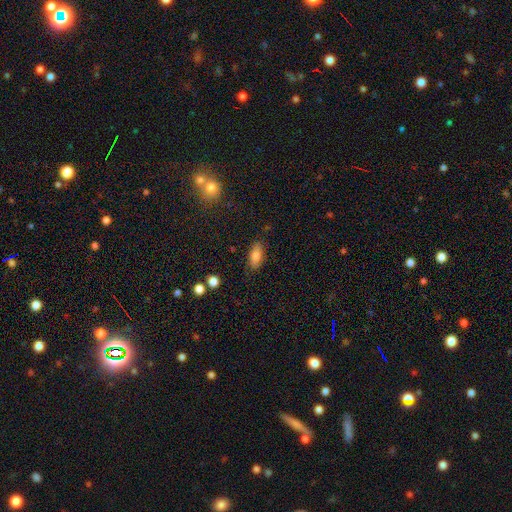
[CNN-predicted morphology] A smooth galaxy with no disk features (81%) that is in between round and cigar-shaped (83%).

Vote fractions:
- Smooth or featured? smooth: 81% / featured or disk: 11% / star or artifact: 8%
- How rounded? in between: 83% / cigar-shaped: 14% / round: 3%
- Merging? none: 83% / minor disturbance: 12% / major disturbance: 3% / merger: 2%